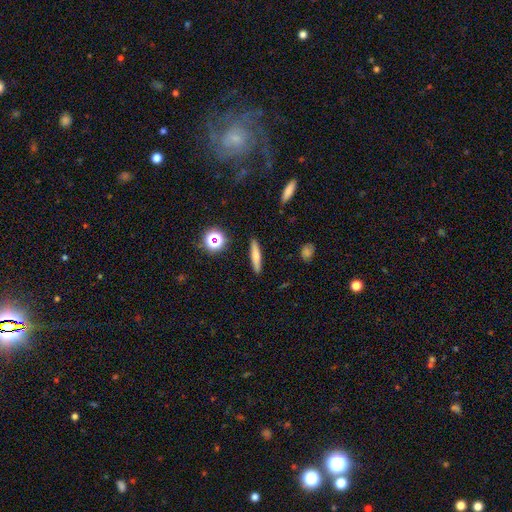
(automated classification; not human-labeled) Smooth or featured? smooth (63%)
How rounded? cigar-shaped (85%)
Merging? none (89%)